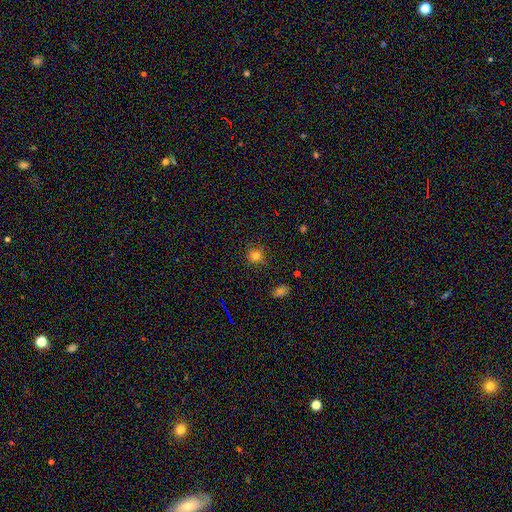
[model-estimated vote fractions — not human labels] Smooth or featured?
  - smooth: 75% *
  - star or artifact: 19%
  - featured or disk: 6%
How rounded?
  - round: 90% *
  - in between: 9%
  - cigar-shaped: 1%
Merging?
  - none: 87% *
  - minor disturbance: 9%
  - major disturbance: 3%
  - merger: 2%